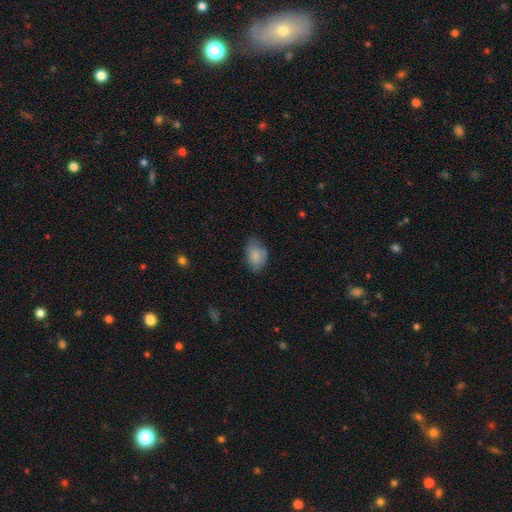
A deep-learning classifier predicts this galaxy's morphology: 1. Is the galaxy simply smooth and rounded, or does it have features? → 82% smooth, 11% featured or disk, 7% star or artifact.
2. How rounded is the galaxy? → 88% in between, 10% round, 1% cigar-shaped.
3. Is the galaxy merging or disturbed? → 67% none, 26% minor disturbance, 6% major disturbance, 1% merger.